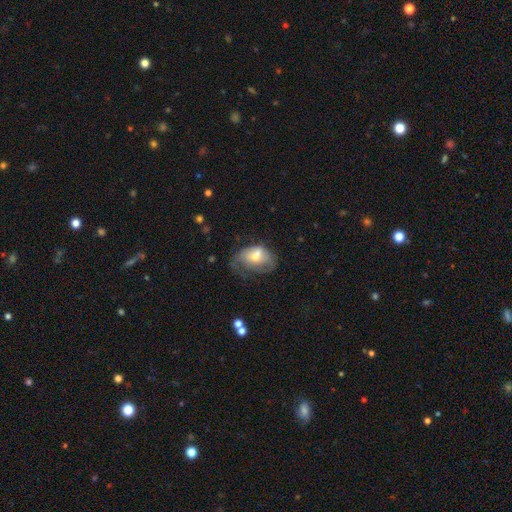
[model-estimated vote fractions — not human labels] This appears to be a smooth galaxy with no disk features (54%) that is in between round and cigar-shaped (80%). Merging: major disturbance (36%).